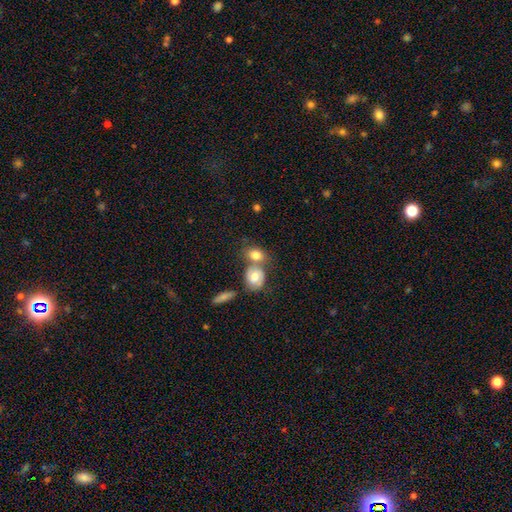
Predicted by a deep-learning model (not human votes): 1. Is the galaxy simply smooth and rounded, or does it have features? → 77% smooth, 15% featured or disk, 8% star or artifact.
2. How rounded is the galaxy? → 62% in between, 36% round, 2% cigar-shaped.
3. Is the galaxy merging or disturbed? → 48% merger, 37% none, 11% minor disturbance, 5% major disturbance.